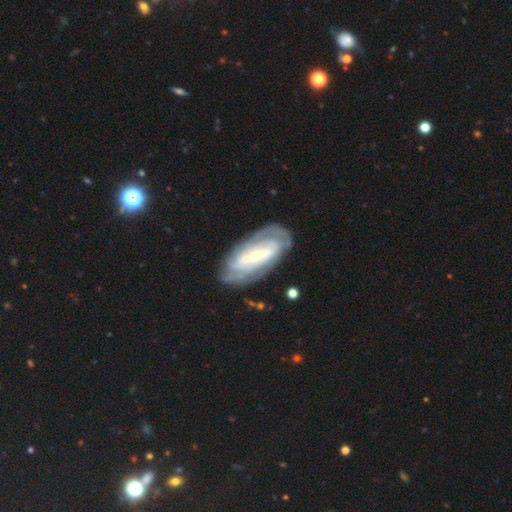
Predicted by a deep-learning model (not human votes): Overall: featured or disk (82%). Edge-on disk: no (92%). Bar: strong (47%; weak 31%). Spiral arms: yes (89%). Spiral arm count: can't tell (39%; 2 32%). Spiral winding: tight (69%). Bulge size: small (63%; moderate 32%). Merging: none (78%).